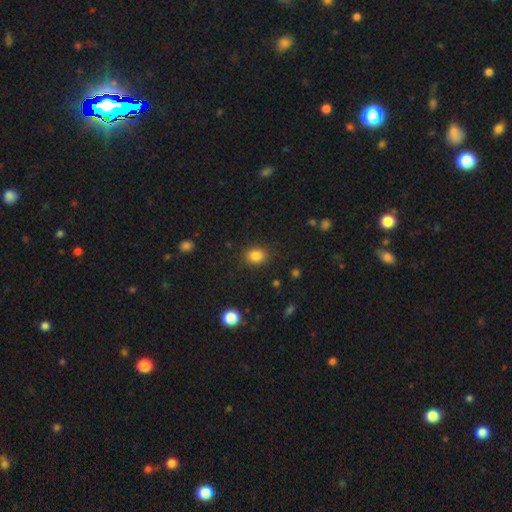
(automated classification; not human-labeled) smooth_or_featured: smooth (p=0.84) [alt: star or artifact p=0.11]
how_rounded: in between (p=0.53) [alt: round p=0.46]
merging: none (p=0.86) [alt: minor disturbance p=0.10]